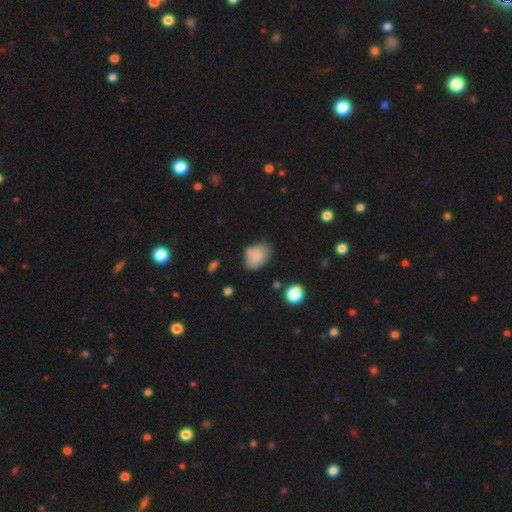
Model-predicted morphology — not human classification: Smooth or featured? Predicted: smooth (p=0.83). How rounded? Predicted: in between (p=0.70). Merging? Predicted: none (p=0.56).